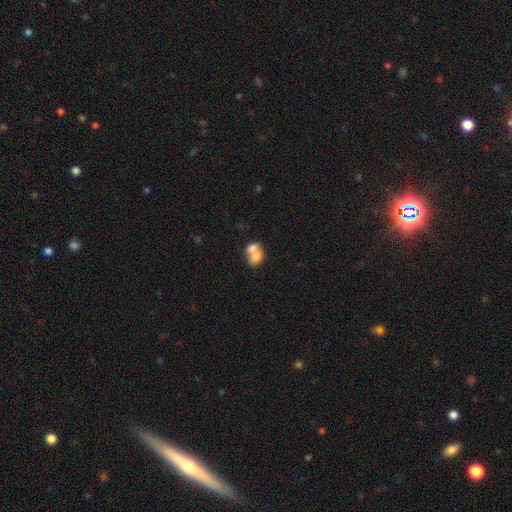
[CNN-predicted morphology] The model was most divided on "how rounded": in between: 62%, round: 36%, cigar-shaped: 1%. More confident: smooth or featured — smooth (70%); merging — merger (70%).